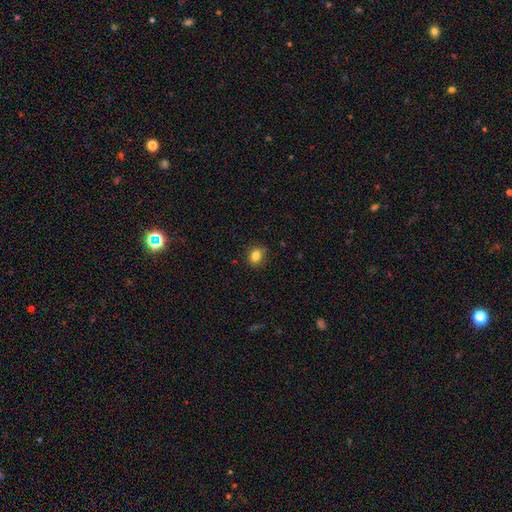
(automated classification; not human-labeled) Smooth or featured? smooth (84%)
How rounded? round (49%, tied with in between)
Merging? none (80%)